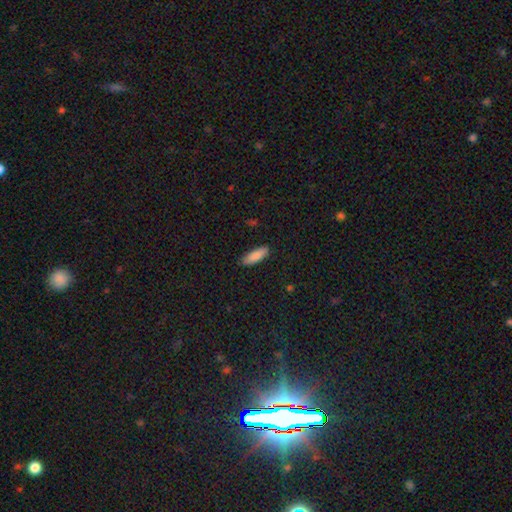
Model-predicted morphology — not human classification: A smooth galaxy with no disk features (88%) that is in between round and cigar-shaped (58%). Merging: none (86%).